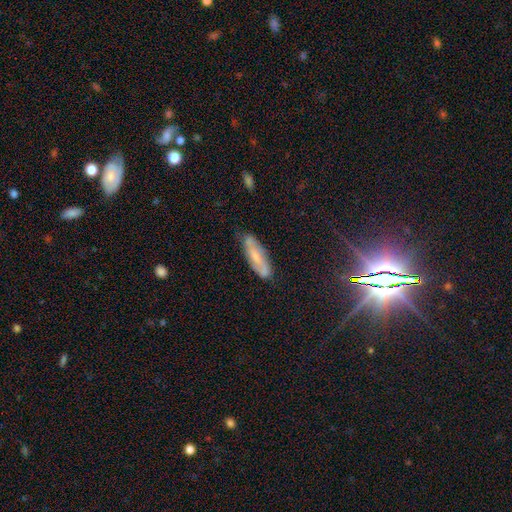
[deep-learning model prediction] A smooth galaxy with no disk features (50%).

Vote fractions:
- Smooth or featured? smooth: 50% / featured or disk: 43% / star or artifact: 8%
- Merging? none: 70% / minor disturbance: 22% / major disturbance: 5% / merger: 3%